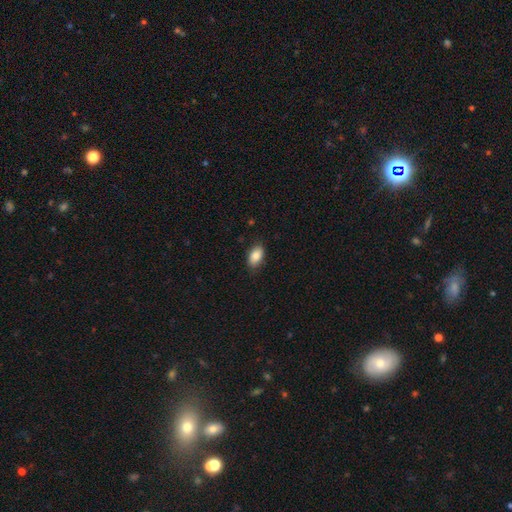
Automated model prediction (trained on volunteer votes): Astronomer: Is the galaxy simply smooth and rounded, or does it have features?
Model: smooth — 85%.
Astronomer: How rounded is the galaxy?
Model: in between — 92%.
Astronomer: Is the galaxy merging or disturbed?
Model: none — 83%.